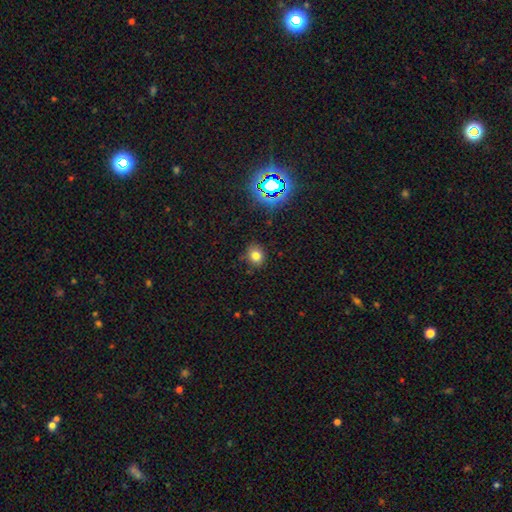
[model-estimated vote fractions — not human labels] Overall: smooth (76%). How rounded: round (69%; in between 30%). Merging: none (81%).